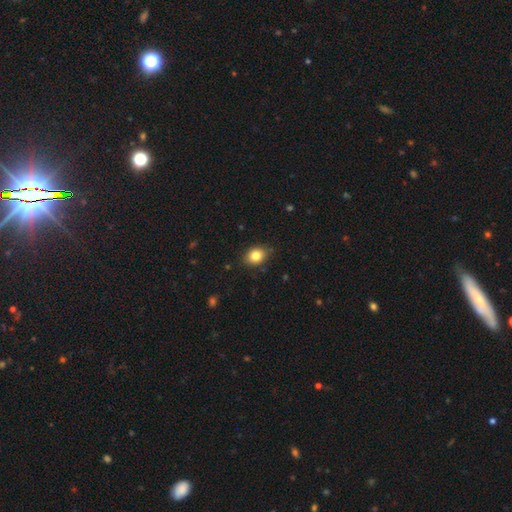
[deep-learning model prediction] This appears to be a smooth galaxy with no disk features (83%) that is in between round and cigar-shaped (54%). Merging: none (83%).